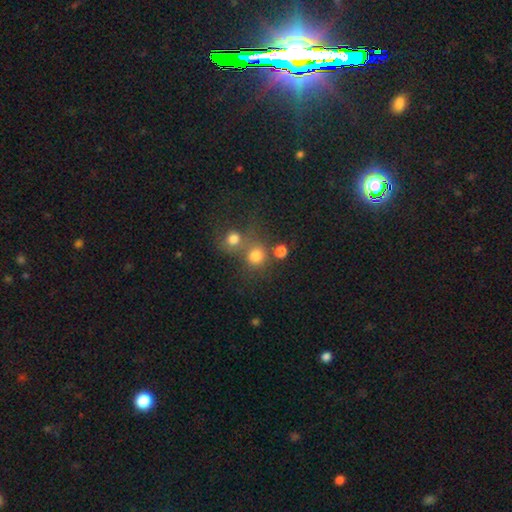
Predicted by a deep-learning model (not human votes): This is likely a smooth galaxy (77%). How rounded: clearly round (86%). Merging: possibly none (50%).